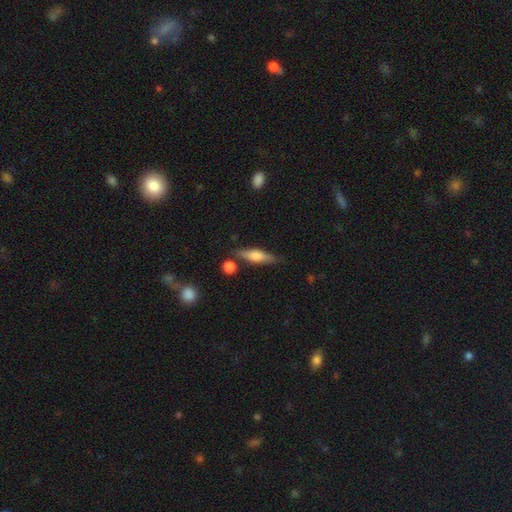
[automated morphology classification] Q: Smooth or featured?
A: smooth (56%); runner-up: featured or disk (38%)
Q: How rounded?
A: cigar-shaped (66%); runner-up: in between (31%)
Q: Merging?
A: none (78%); runner-up: minor disturbance (13%)